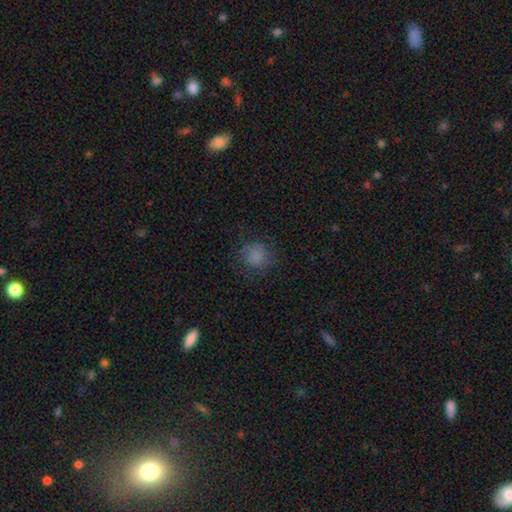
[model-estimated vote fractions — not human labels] Smooth or featured? Predicted: smooth (p=0.80). How rounded? Predicted: round (p=0.85). Merging? Predicted: none (p=0.76).